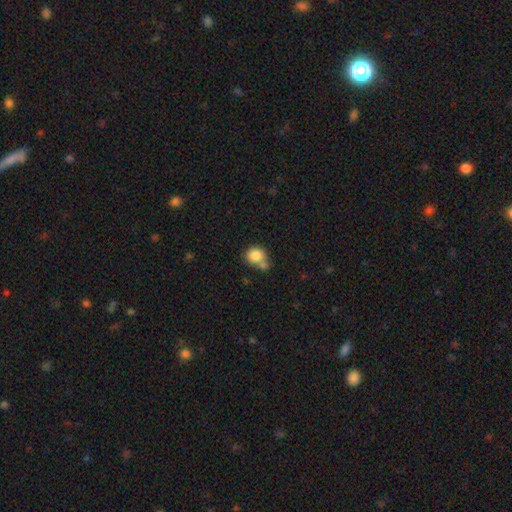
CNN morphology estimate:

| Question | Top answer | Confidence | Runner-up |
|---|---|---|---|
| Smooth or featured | smooth | 83% | star or artifact (9%) |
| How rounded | round | 74% | in between (25%) |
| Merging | none | 45% | merger (36%) |